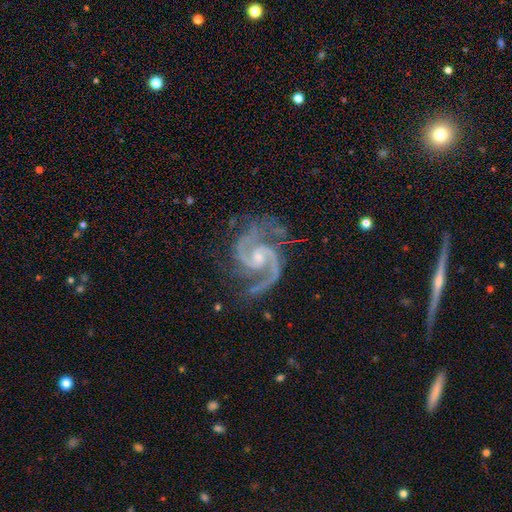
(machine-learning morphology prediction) This appears to be a featured or disk galaxy (94%) with no bar (42%), 2 (93%) medium (65%) spiral arms (99%) and a small central bulge (57%). Merging: none (78%).